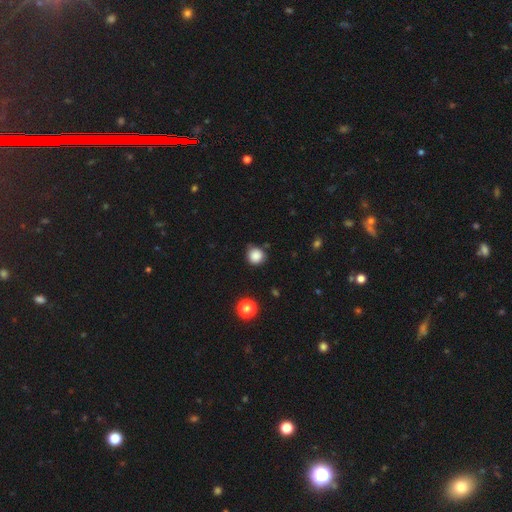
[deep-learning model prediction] The model was most divided on "merging": none: 78%, minor disturbance: 16%, major disturbance: 3%, merger: 3%. More confident: how rounded — round (92%); smooth or featured — smooth (86%).